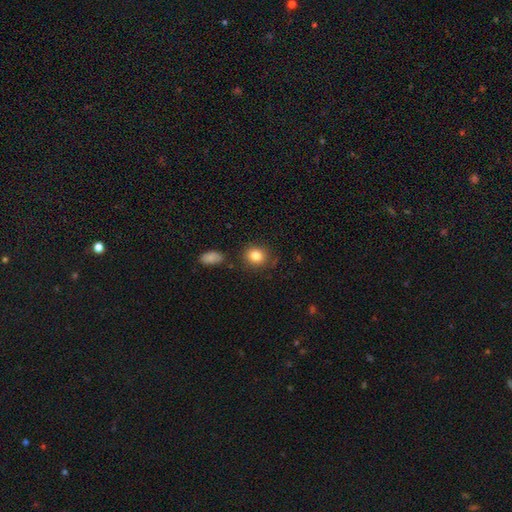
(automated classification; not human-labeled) This is clearly a smooth galaxy (84%). How rounded: likely round (72%). Merging: likely none (79%).